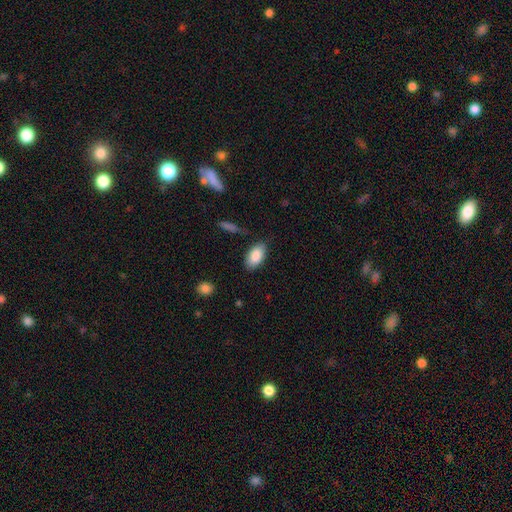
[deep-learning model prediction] Smooth or featured? smooth (87%)
How rounded? in between (94%)
Merging? none (81%)